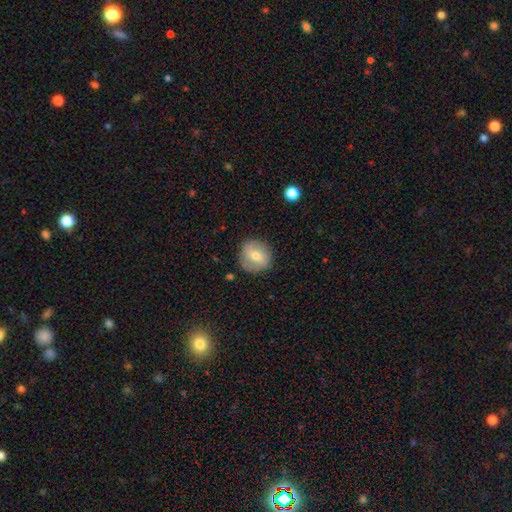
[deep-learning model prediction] smooth_or_featured: smooth (p=0.63) [alt: featured or disk p=0.29]
how_rounded: round (p=0.90) [alt: in between p=0.09]
merging: none (p=0.84) [alt: minor disturbance p=0.12]